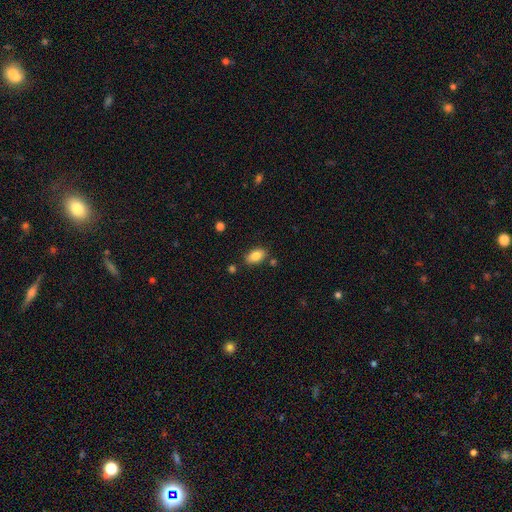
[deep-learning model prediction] Q: Smooth or featured?
A: smooth (84%); runner-up: featured or disk (8%)
Q: How rounded?
A: in between (91%); runner-up: round (7%)
Q: Merging?
A: none (80%); runner-up: minor disturbance (12%)